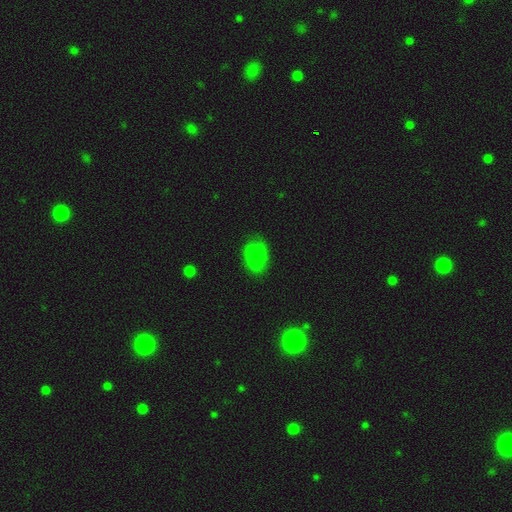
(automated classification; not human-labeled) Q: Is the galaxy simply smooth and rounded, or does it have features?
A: smooth — 75%.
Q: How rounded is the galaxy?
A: in between — 80%.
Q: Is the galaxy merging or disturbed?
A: none — 67%.